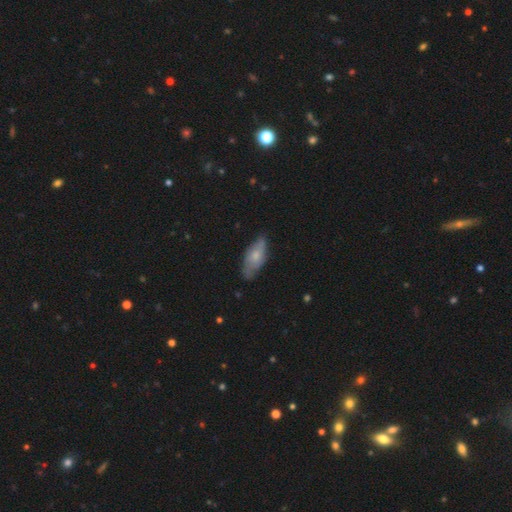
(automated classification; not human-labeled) smooth-or-featured: smooth: 55% | featured or disk: 39% | star or artifact: 6%
  how-rounded: in between: 81% | cigar-shaped: 16% | round: 2%
  merging: none: 64% | minor disturbance: 28% | major disturbance: 6% | merger: 2%